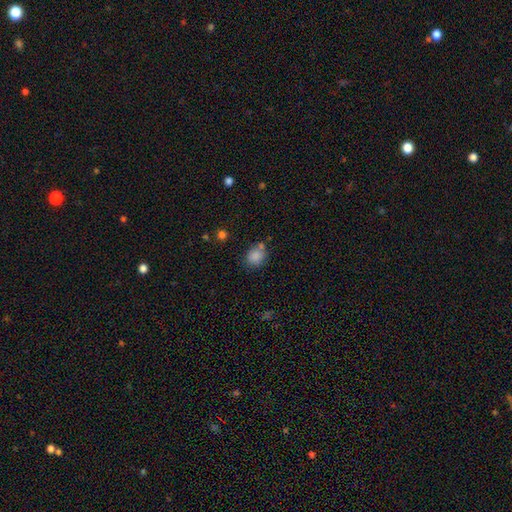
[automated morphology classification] smooth 84%, star or artifact 10%, featured or disk 5%. Down the decision tree: how rounded — round (65%); merging — none (64%).